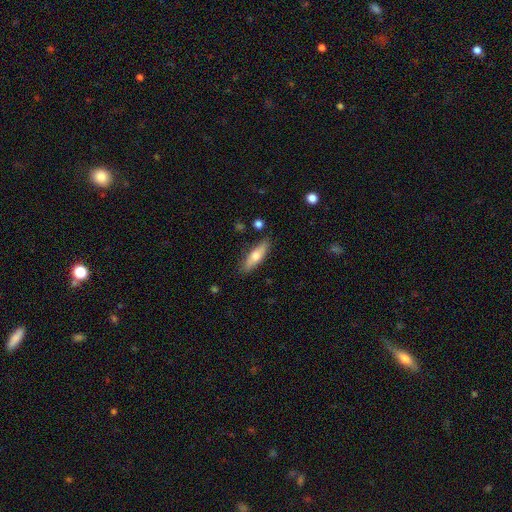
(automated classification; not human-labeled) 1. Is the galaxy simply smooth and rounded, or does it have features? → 62% smooth, 32% featured or disk, 6% star or artifact.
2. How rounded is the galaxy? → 54% cigar-shaped, 44% in between, 2% round.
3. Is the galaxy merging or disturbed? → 84% none, 12% minor disturbance, 2% major disturbance, 2% merger.